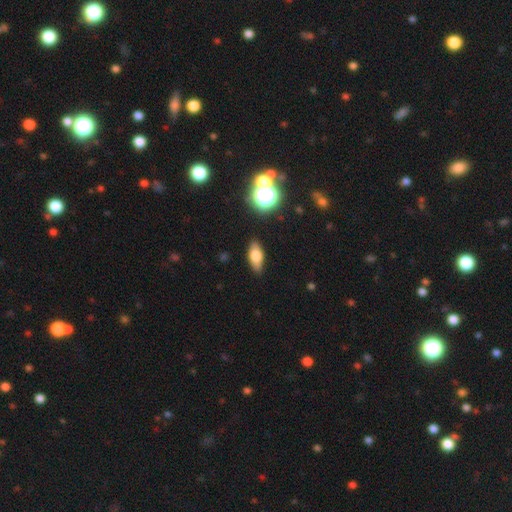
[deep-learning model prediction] Morphology: type=smooth (68%); roundness=in between (77%); merging=none (86%).